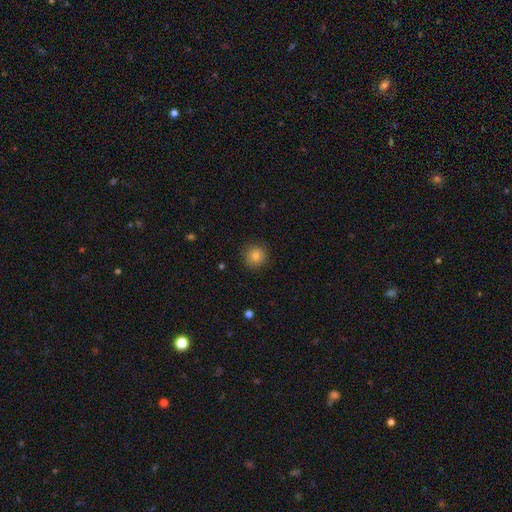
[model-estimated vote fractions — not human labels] A smooth galaxy with no disk features (81%) that is round (91%).

Vote fractions:
- Smooth or featured? smooth: 81% / star or artifact: 11% / featured or disk: 8%
- How rounded? round: 91% / in between: 8% / cigar-shaped: 1%
- Merging? none: 88% / minor disturbance: 9% / major disturbance: 2% / merger: 1%